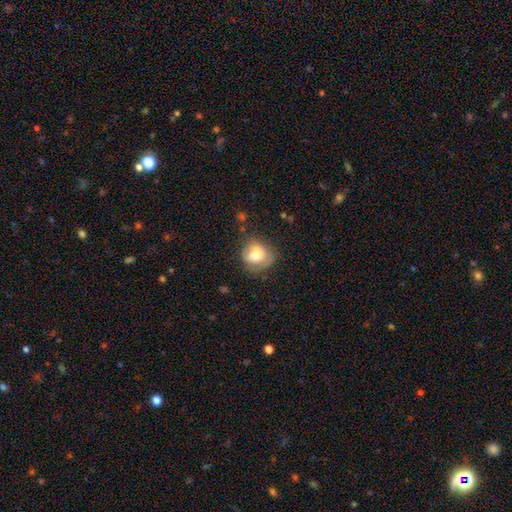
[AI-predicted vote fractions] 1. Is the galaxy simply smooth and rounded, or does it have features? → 66% smooth, 25% featured or disk, 9% star or artifact.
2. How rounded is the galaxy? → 66% round, 32% in between, 1% cigar-shaped.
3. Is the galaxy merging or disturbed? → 44% none, 24% minor disturbance, 21% merger, 11% major disturbance.